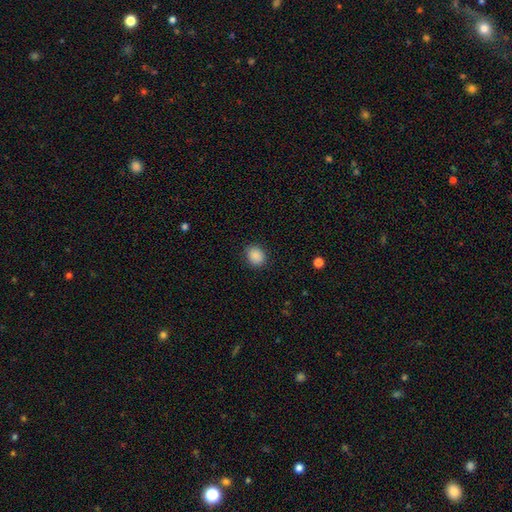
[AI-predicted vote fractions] The model was most divided on "how rounded": round: 57%, in between: 42%, cigar-shaped: 1%. More confident: smooth or featured — smooth (89%); merging — none (88%).